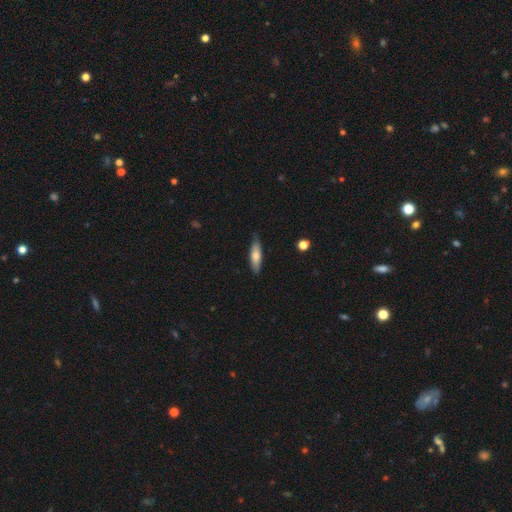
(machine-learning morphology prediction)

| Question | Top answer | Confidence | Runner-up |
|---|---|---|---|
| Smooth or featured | smooth | 68% | featured or disk (26%) |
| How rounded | cigar-shaped | 62% | in between (36%) |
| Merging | none | 79% | minor disturbance (17%) |